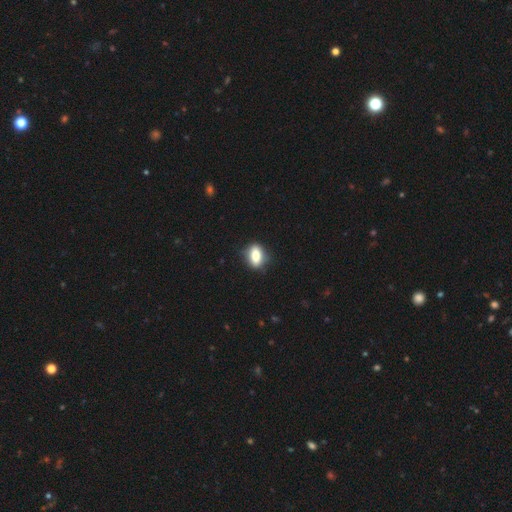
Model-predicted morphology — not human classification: Smooth or featured: smooth — 77% (featured or disk — 15%)
How rounded: in between — 78% (round — 16%)
Merging: none — 84% (minor disturbance — 12%)